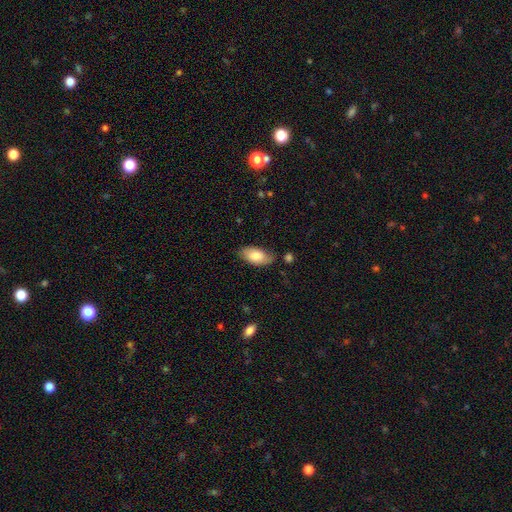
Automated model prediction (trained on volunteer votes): A smooth galaxy with no disk features (77%) that is in between round and cigar-shaped (94%). Merging: none (72%).